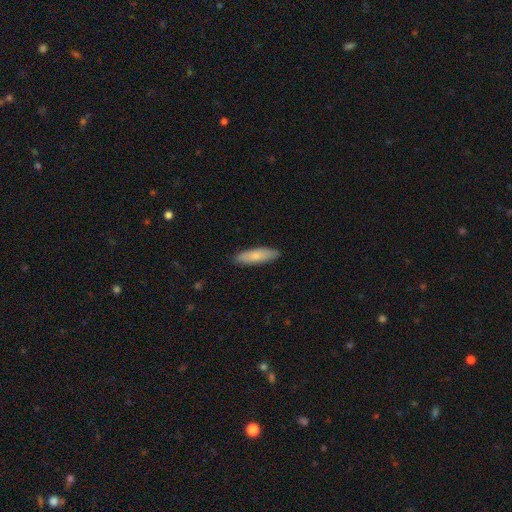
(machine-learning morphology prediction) Smooth or featured?
  - smooth: 77% *
  - featured or disk: 17%
  - star or artifact: 6%
How rounded?
  - cigar-shaped: 55% *
  - in between: 43%
  - round: 2%
Merging?
  - none: 88% *
  - minor disturbance: 9%
  - major disturbance: 2%
  - merger: 1%